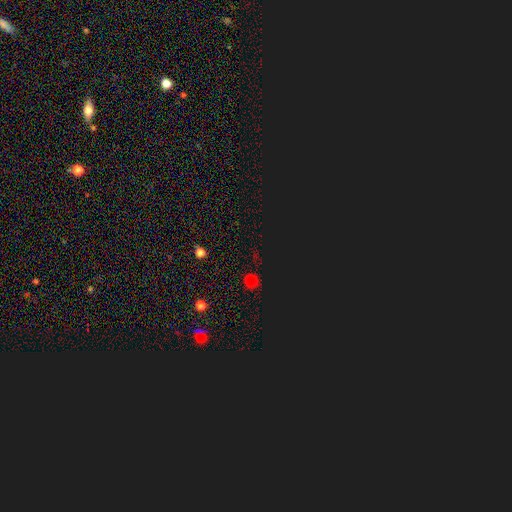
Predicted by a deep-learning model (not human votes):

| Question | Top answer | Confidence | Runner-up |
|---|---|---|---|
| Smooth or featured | star or artifact | 50% | smooth (45%) |